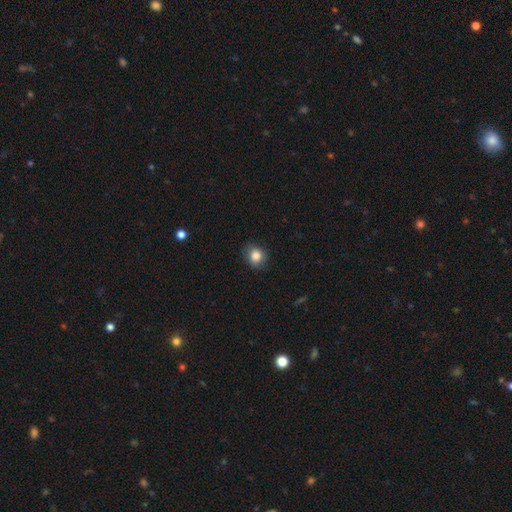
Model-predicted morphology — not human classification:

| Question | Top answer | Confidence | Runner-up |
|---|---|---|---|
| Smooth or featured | smooth | 85% | star or artifact (9%) |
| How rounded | round | 73% | in between (27%) |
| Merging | none | 80% | minor disturbance (16%) |